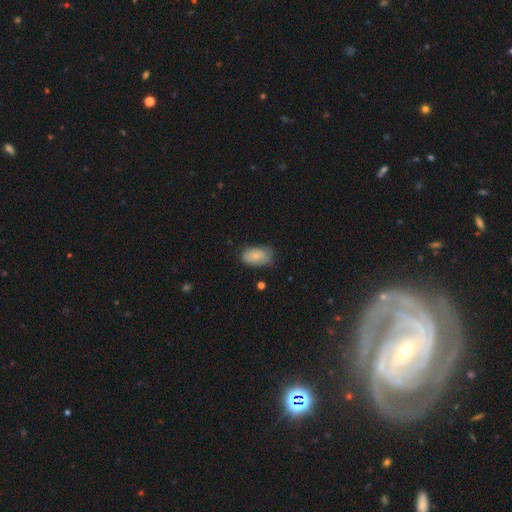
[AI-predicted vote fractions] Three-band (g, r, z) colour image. It shows a smooth galaxy with no disk features (78%) that is in between round and cigar-shaped (92%). Merging: none (58%).